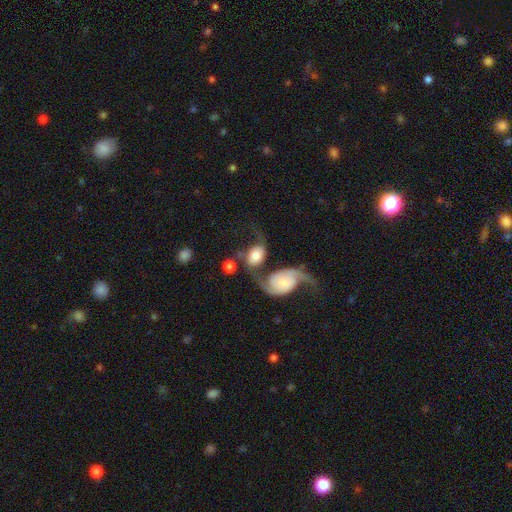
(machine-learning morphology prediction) smooth_or_featured: featured or disk (p=0.59) [alt: smooth p=0.34]
disk_edge_on: no (p=0.95) [alt: yes p=0.05]
bar: no (p=0.65) [alt: weak p=0.26]
has_spiral_arms: yes (p=0.91) [alt: no p=0.09]
spiral_winding: loose (p=0.79) [alt: medium p=0.17]
spiral_arm_count: 2 (p=0.89) [alt: 1 p=0.05]
bulge_size: large (p=0.30) [alt: moderate p=0.24]
merging: merger (p=0.44) [alt: none p=0.27]